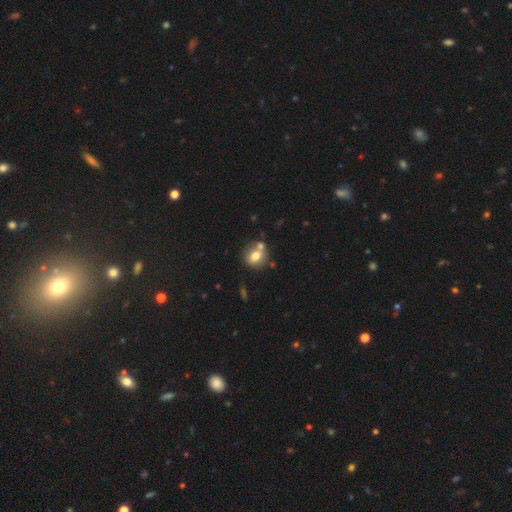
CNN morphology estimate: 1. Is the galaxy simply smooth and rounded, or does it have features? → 73% smooth, 17% featured or disk, 10% star or artifact.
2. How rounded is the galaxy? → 72% round, 27% in between, 1% cigar-shaped.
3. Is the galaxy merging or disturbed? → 58% none, 26% merger, 13% minor disturbance, 4% major disturbance.